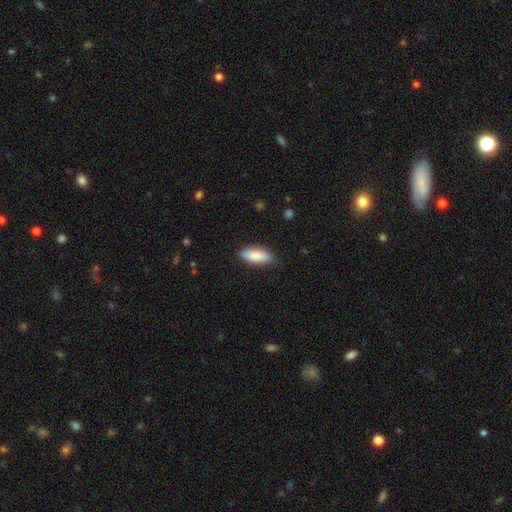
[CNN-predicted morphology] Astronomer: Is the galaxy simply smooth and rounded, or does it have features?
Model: smooth — 86%.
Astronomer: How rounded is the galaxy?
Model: in between — 71%.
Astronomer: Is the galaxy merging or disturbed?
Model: none — 82%.